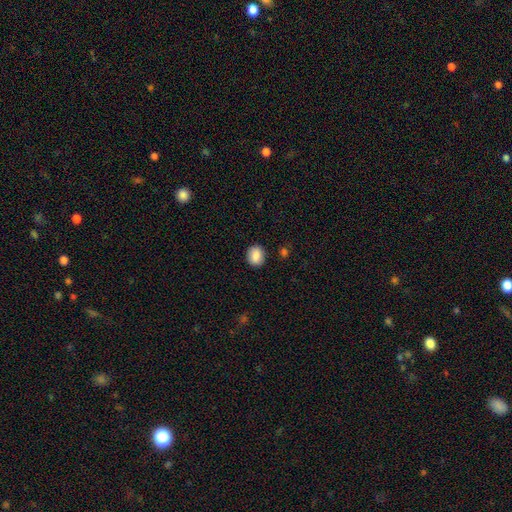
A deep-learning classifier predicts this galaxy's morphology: Smooth or featured? Predicted: smooth (p=0.84). How rounded? Predicted: round (p=0.55). Merging? Predicted: none (p=0.88).